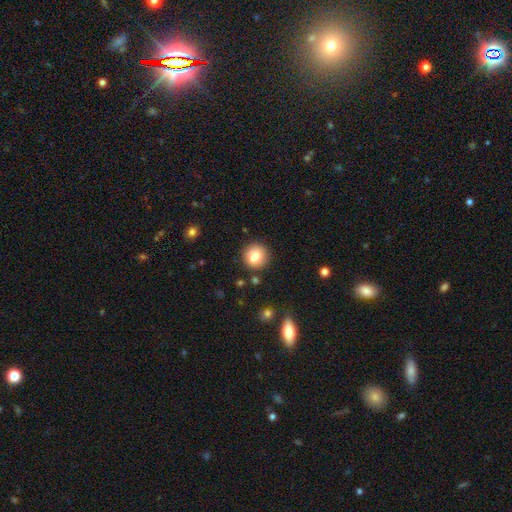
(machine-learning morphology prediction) smooth 78%, featured or disk 12%, star or artifact 10%. Down the decision tree: how rounded — round (89%); merging — none (78%).